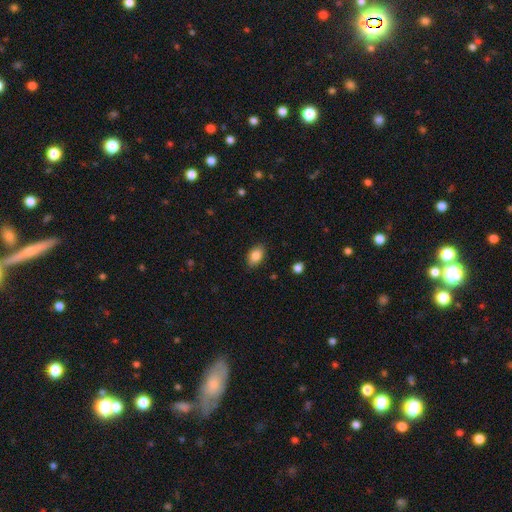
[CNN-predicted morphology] The model was most divided on "how rounded": in between: 87%, round: 11%, cigar-shaped: 2%. More confident: merging — none (87%); smooth or featured — smooth (85%).